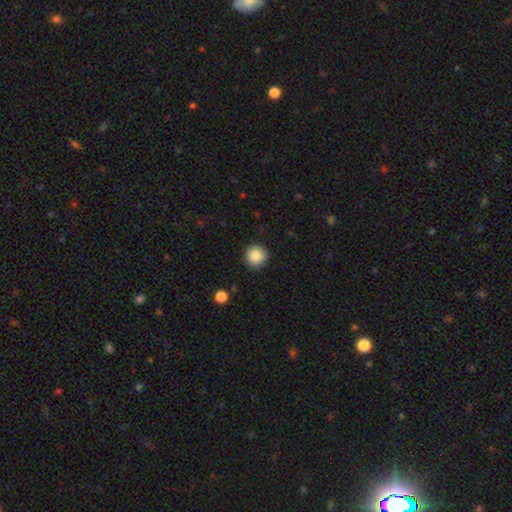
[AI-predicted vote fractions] smooth 88%, star or artifact 9%, featured or disk 4%. Down the decision tree: how rounded — round (93%); merging — none (89%).